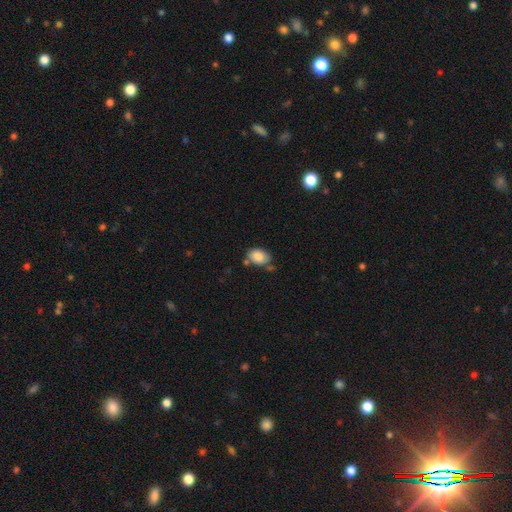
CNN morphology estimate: The model was most divided on "merging": none: 61%, minor disturbance: 22%, merger: 12%, major disturbance: 5%. More confident: smooth or featured — smooth (83%); how rounded — in between (78%).